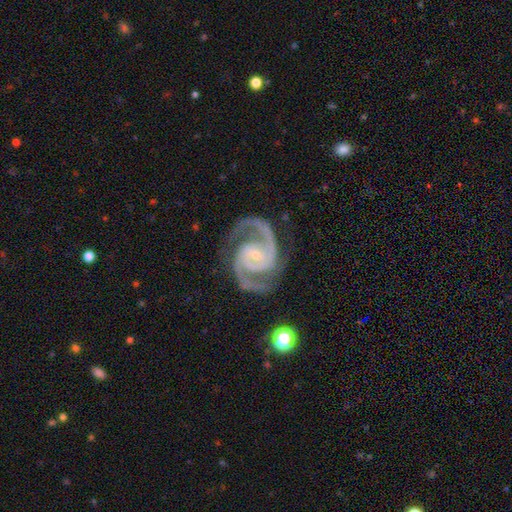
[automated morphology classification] Smooth or featured?
  - featured or disk: 94% *
  - star or artifact: 4%
  - smooth: 2%
Edge-on disk?
  - no: 98% *
  - yes: 2%
Bar?
  - weak: 43% *
  - no: 37%
  - strong: 20%
Spiral arms?
  - yes: 99% *
  - no: 1%
Spiral winding?
  - medium: 61% *
  - tight: 31%
  - loose: 8%
Spiral arm count?
  - 2: 89% *
  - 3: 5%
  - can't tell: 2%
  - 1: 1%
  - 4: 1%
  - more than 4: 1%
Bulge size?
  - small: 78% *
  - moderate: 16%
  - none: 3%
  - large: 1%
  - dominant: 1%
Merging?
  - none: 78% *
  - minor disturbance: 14%
  - major disturbance: 6%
  - merger: 2%